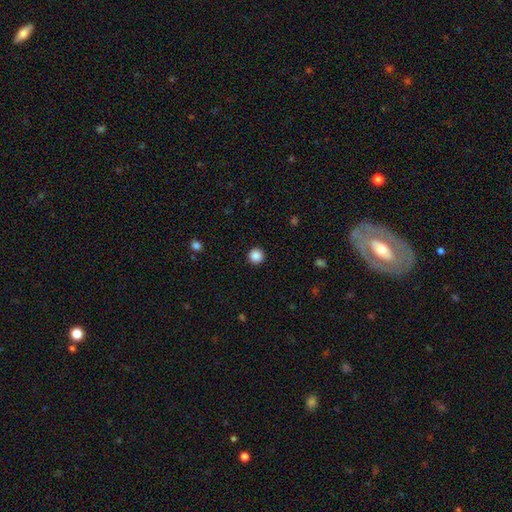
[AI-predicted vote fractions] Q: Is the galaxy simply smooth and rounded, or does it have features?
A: smooth — 87%.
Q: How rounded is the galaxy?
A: round — 96%.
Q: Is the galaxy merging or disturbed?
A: none — 93%.